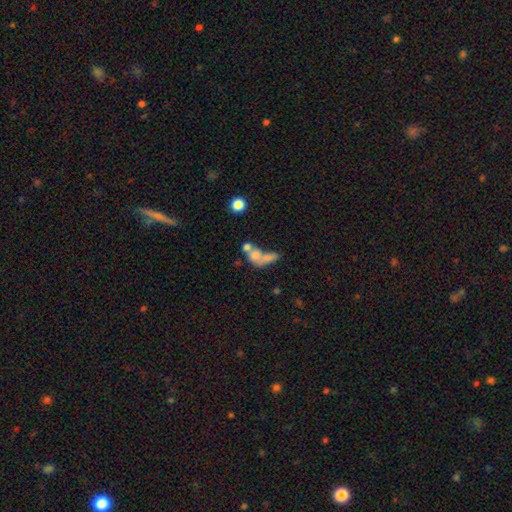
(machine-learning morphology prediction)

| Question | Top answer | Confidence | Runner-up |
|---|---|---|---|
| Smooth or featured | smooth | 60% | featured or disk (28%) |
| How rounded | in between | 63% | round (26%) |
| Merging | merger | 59% | major disturbance (17%) |